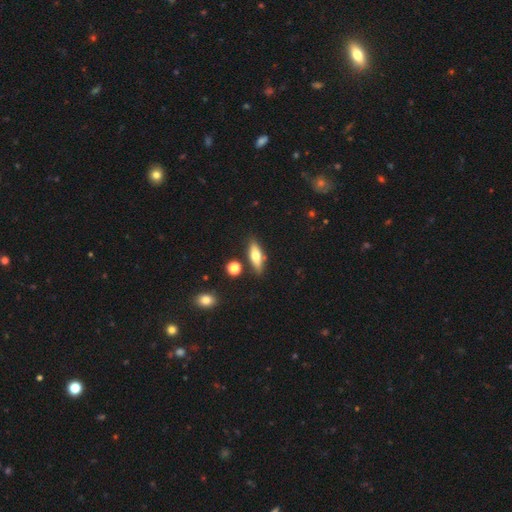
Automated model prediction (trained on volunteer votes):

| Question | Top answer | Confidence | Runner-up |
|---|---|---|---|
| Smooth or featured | smooth | 56% | featured or disk (36%) |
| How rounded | in between | 50% | cigar-shaped (46%) |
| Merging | none | 80% | minor disturbance (12%) |